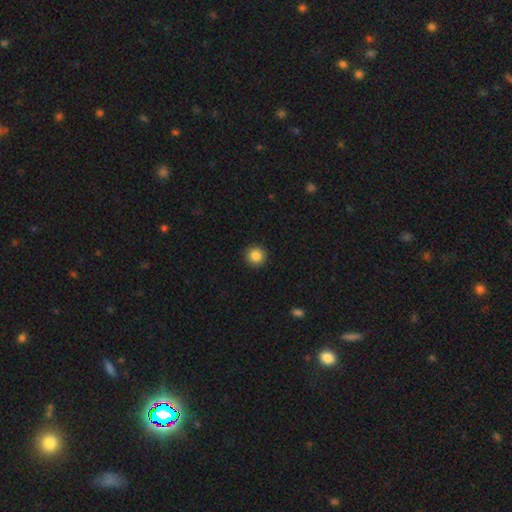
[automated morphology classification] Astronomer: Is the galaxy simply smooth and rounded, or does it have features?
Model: smooth — 85%.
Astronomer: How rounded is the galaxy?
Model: round — 95%.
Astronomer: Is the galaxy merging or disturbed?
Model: none — 92%.